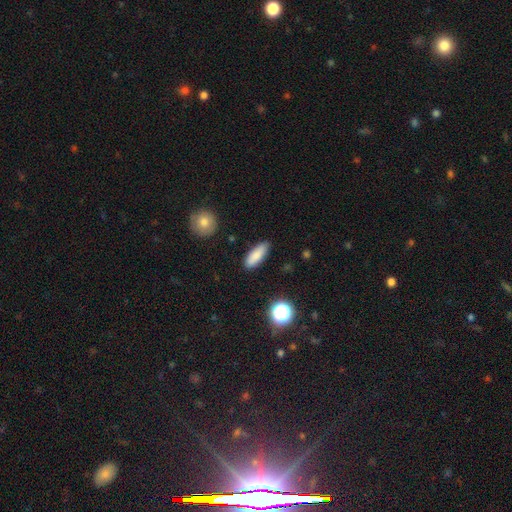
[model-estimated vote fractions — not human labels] smooth 85%, featured or disk 8%, star or artifact 8%. Down the decision tree: how rounded — in between (64%); merging — none (86%).